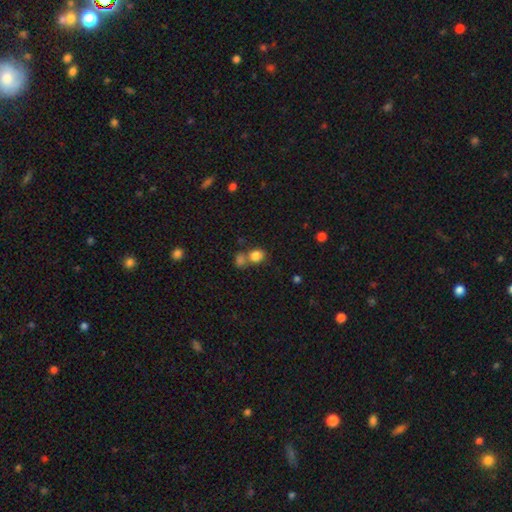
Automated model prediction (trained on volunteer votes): The model was most divided on "merging": none: 47%, merger: 40%, minor disturbance: 9%, major disturbance: 4%. More confident: smooth or featured — smooth (83%); how rounded — round (60%).